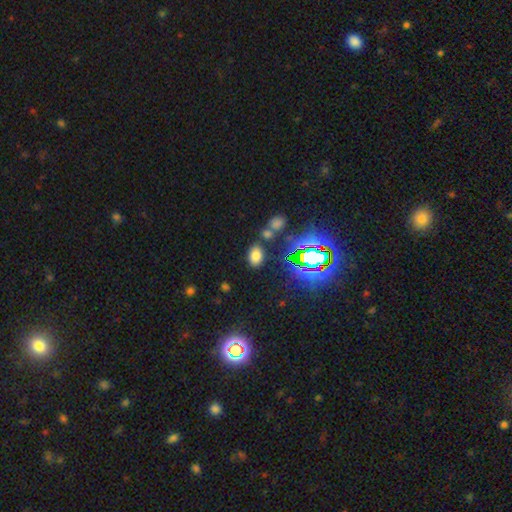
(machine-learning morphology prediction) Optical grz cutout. It shows a smooth galaxy with no disk features (68%) that is in between round and cigar-shaped (84%). Merging: none (80%).